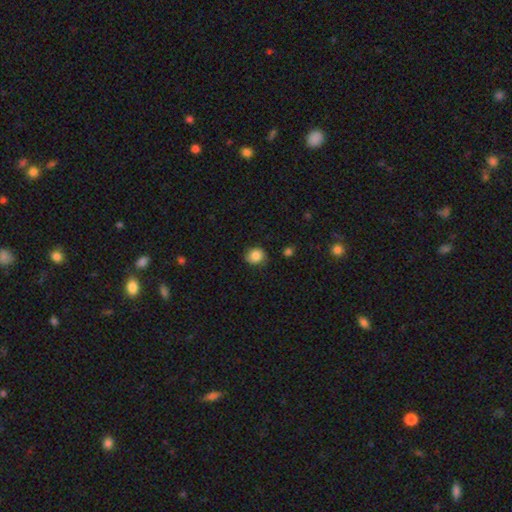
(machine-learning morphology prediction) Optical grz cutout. It shows a smooth galaxy with no disk features (82%) that is round (78%). Merging: none (78%).